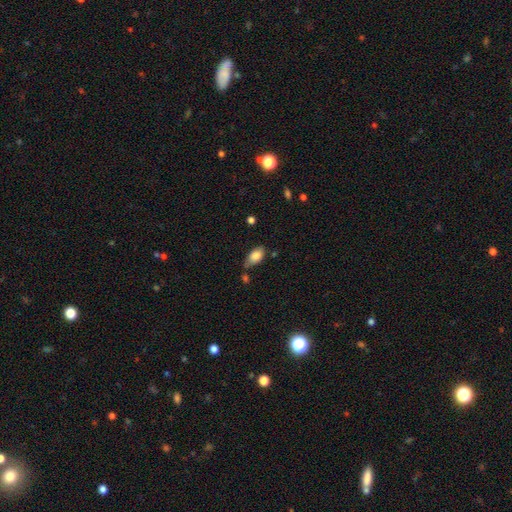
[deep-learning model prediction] smooth 83%, featured or disk 10%, star or artifact 7%. Down the decision tree: how rounded — in between (92%); merging — none (61%).